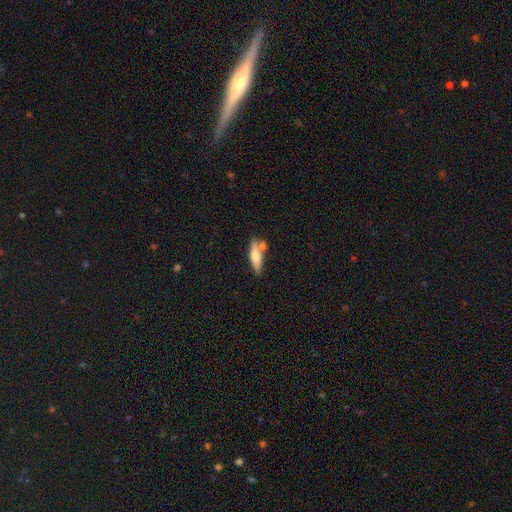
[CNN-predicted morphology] Q: Smooth or featured?
A: smooth (58%); runner-up: featured or disk (36%)
Q: How rounded?
A: cigar-shaped (62%); runner-up: in between (36%)
Q: Merging?
A: none (59%); runner-up: merger (20%)